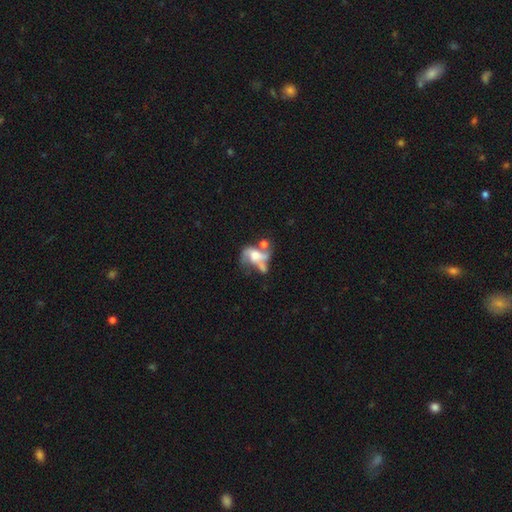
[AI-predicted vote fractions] Overall: featured or disk (59%; smooth 30%). Edge-on disk: no (96%). Bar: no (70%). Spiral arms: no (50%, tied with yes). Bulge size: moderate (42%; large 25%). Merging: merger (39%; major disturbance 28%).